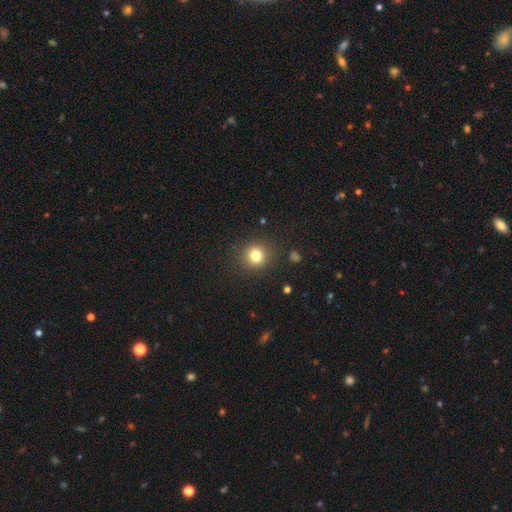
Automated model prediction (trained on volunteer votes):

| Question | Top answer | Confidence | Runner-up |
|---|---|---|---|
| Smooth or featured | smooth | 81% | star or artifact (12%) |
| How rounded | round | 89% | in between (10%) |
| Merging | none | 89% | minor disturbance (7%) |